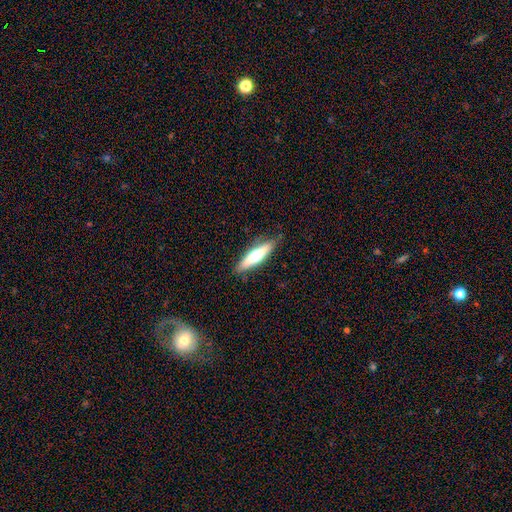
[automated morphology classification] Overall: smooth (50%; featured or disk 45%). Merging: none (84%).